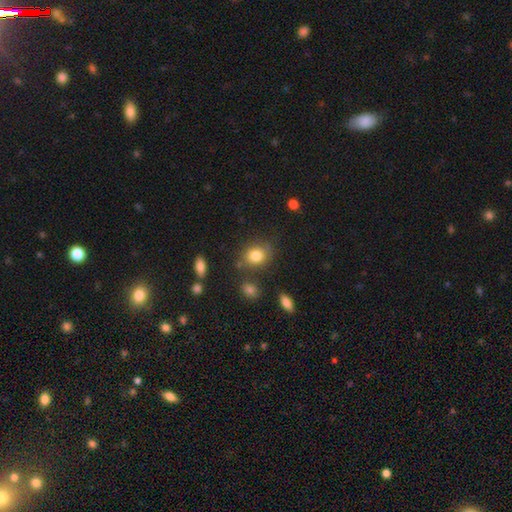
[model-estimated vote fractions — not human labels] This appears to be a smooth galaxy with no disk features (82%) that is round (57%). Merging: none (73%).